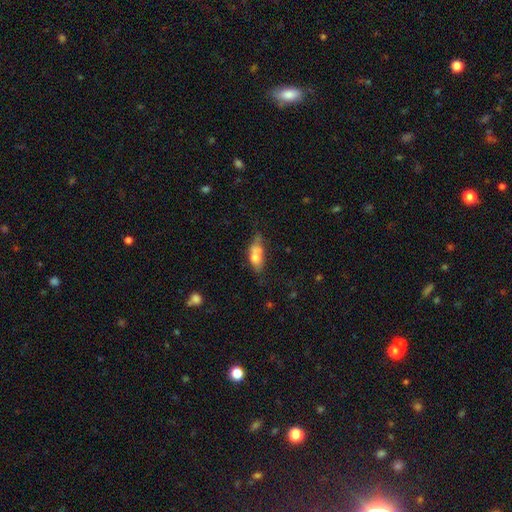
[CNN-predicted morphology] Overall: smooth (65%; featured or disk 25%). How rounded: in between (75%). Merging: none (33%; merger 26%).